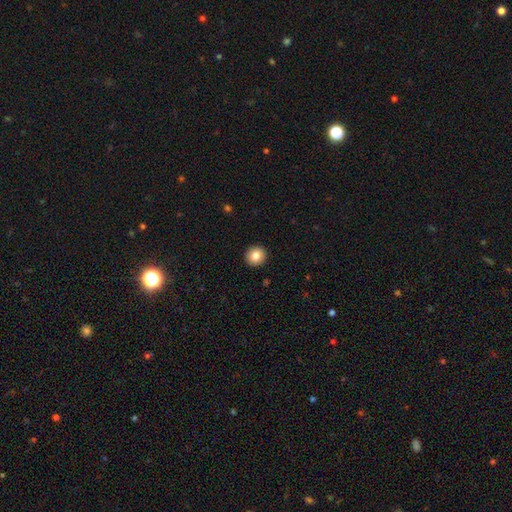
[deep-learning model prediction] Overall: smooth (85%). How rounded: round (91%). Merging: none (93%).